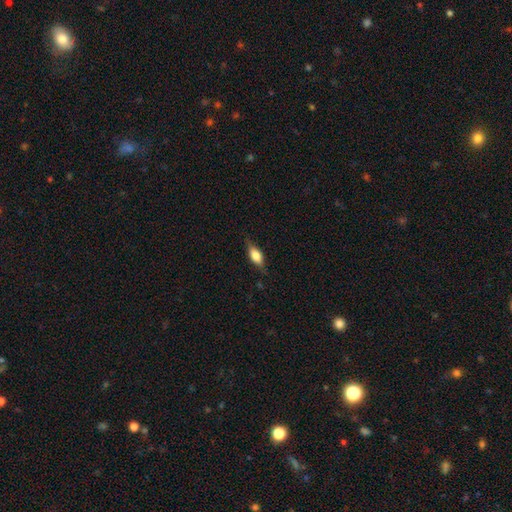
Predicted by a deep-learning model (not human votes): This is likely a smooth galaxy (62%). How rounded: likely in between (75%). Merging: likely none (76%).